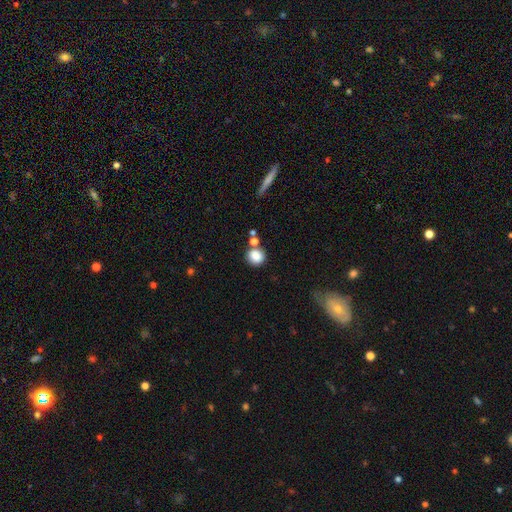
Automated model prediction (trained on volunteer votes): smooth_or_featured: smooth (p=0.84) [alt: star or artifact p=0.10]
how_rounded: round (p=0.83) [alt: in between p=0.16]
merging: none (p=0.68) [alt: merger p=0.16]